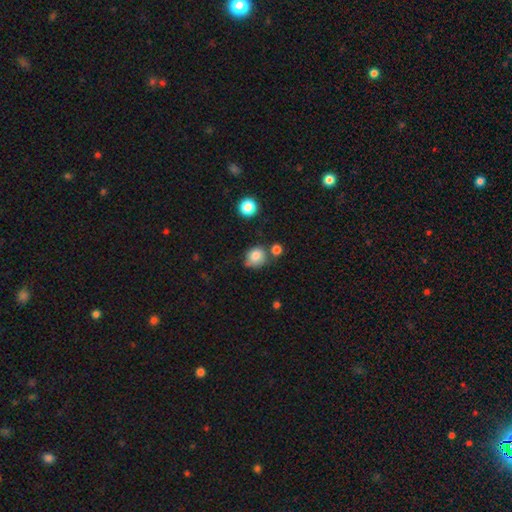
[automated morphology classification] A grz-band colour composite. It shows a smooth galaxy with no disk features (82%) that is round (68%). Merging: none (54%).